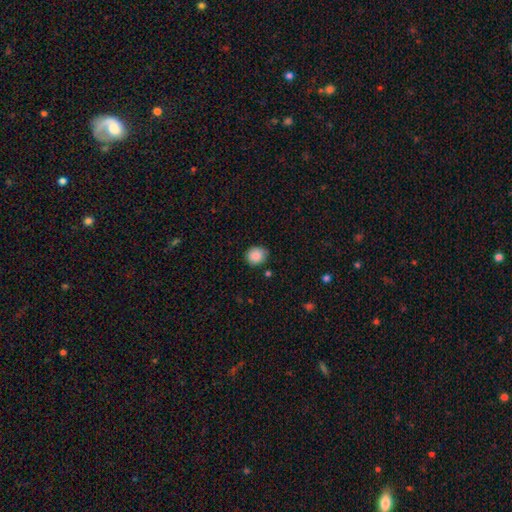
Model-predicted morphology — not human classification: Smooth or featured: smooth — 88% (star or artifact — 9%)
How rounded: round — 76% (in between — 23%)
Merging: none — 79% (minor disturbance — 16%)